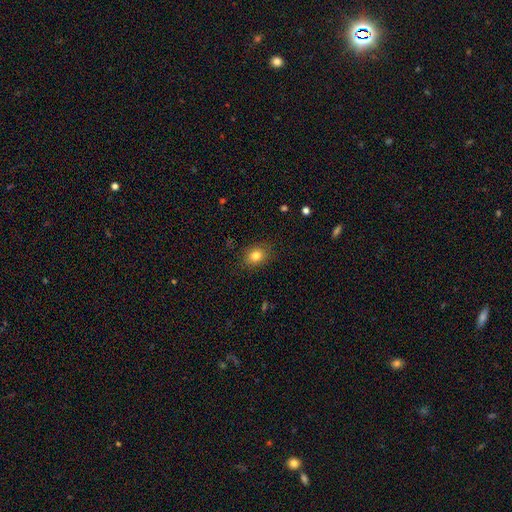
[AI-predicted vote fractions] Smooth or featured? Predicted: smooth (p=0.81). How rounded? Predicted: in between (p=0.52). Merging? Predicted: none (p=0.86).